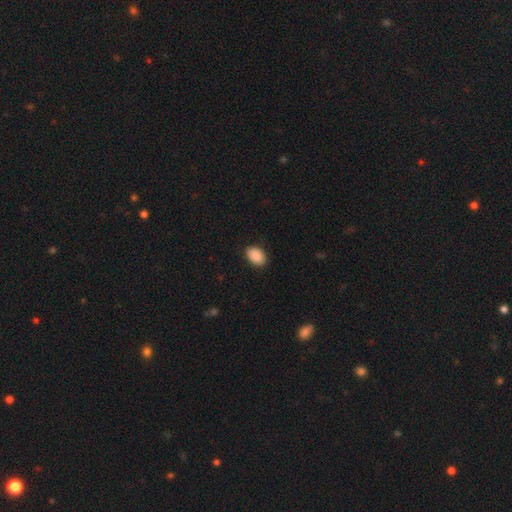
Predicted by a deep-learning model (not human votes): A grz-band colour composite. It shows a smooth galaxy with no disk features (90%) that is in between round and cigar-shaped (86%). Merging: none (88%).